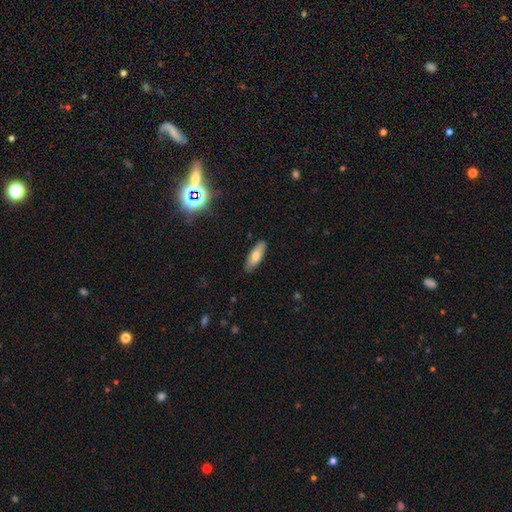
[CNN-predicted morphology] Overall: smooth (72%). How rounded: in between (60%; cigar-shaped 38%). Merging: none (87%).